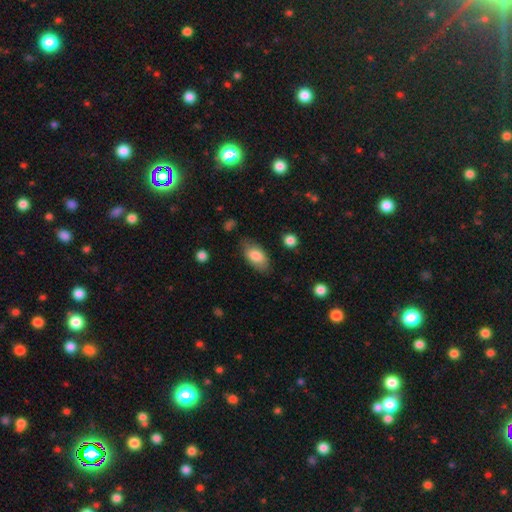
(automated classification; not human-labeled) A smooth galaxy with no disk features (82%) that is in between round and cigar-shaped (93%).

Vote fractions:
- Smooth or featured? smooth: 82% / featured or disk: 12% / star or artifact: 6%
- How rounded? in between: 93% / cigar-shaped: 4% / round: 3%
- Merging? none: 78% / minor disturbance: 16% / major disturbance: 4% / merger: 2%